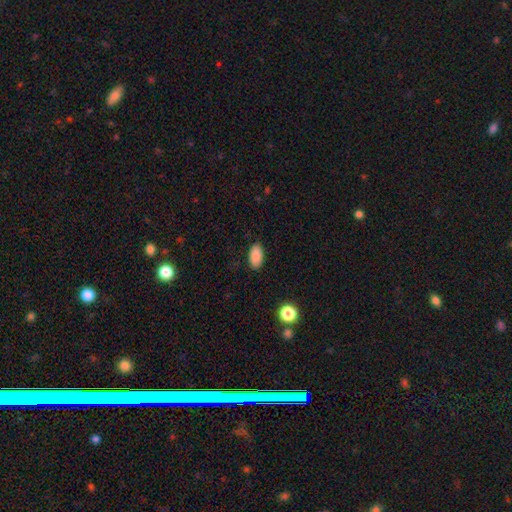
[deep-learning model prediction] Smooth or featured?
  - smooth: 88% *
  - star or artifact: 8%
  - featured or disk: 4%
How rounded?
  - in between: 94% *
  - round: 4%
  - cigar-shaped: 3%
Merging?
  - none: 88% *
  - minor disturbance: 9%
  - major disturbance: 2%
  - merger: 1%